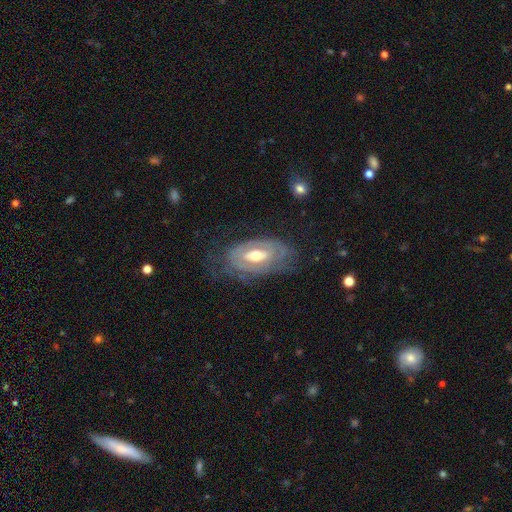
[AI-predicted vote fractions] A featured or disk galaxy (78%) with no bar (41%), spiral arms (67%) and a moderate central bulge (72%).

Vote fractions:
- Smooth or featured? featured or disk: 78% / smooth: 17% / star or artifact: 5%
- Edge-on disk? no: 92% / yes: 8%
- Bar? no: 41% / weak: 37% / strong: 21%
- Spiral arms? yes: 67% / no: 33%
- Bulge size? moderate: 72% / small: 18% / large: 8% / dominant: 1% / none: 1%
- Merging? none: 64% / minor disturbance: 21% / major disturbance: 13% / merger: 1%